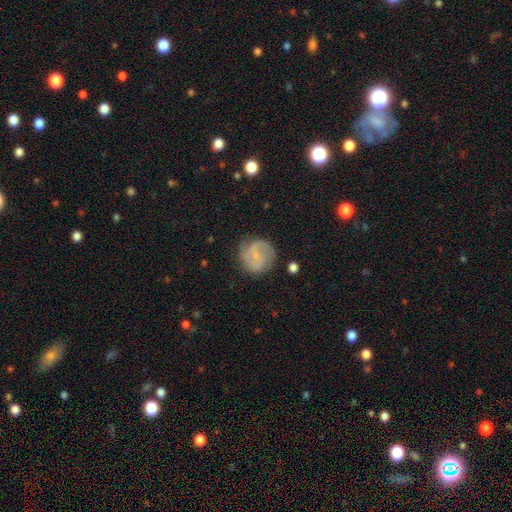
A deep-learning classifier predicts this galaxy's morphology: A featured or disk galaxy (59%) with a weak bar (45%), 2 (74%) medium (46%) spiral arms (88%) and a small central bulge (57%).

Vote fractions:
- Smooth or featured? featured or disk: 59% / smooth: 33% / star or artifact: 8%
- Edge-on disk? no: 98% / yes: 2%
- Bar? weak: 45% / no: 44% / strong: 11%
- Spiral arms? yes: 88% / no: 12%
- Spiral winding? medium: 46% / tight: 31% / loose: 23%
- Spiral arm count? 2: 74% / can't tell: 14% / 3: 5% / 1: 4% / 4: 2% / more than 4: 2%
- Bulge size? small: 57% / none: 32% / moderate: 9% / large: 1% / dominant: 1%
- Merging? none: 74% / minor disturbance: 18% / major disturbance: 7% / merger: 2%